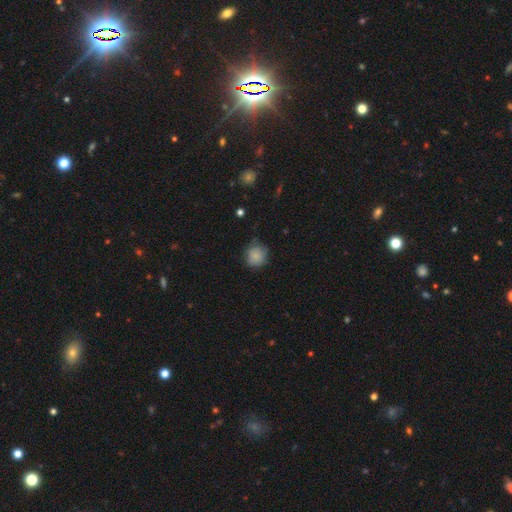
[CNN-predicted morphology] The model was most divided on "merging": none: 73%, minor disturbance: 22%, major disturbance: 5%, merger: 1%. More confident: how rounded — round (87%); smooth or featured — smooth (85%).